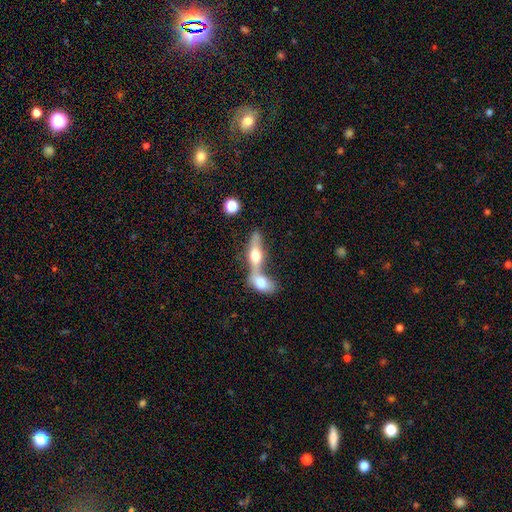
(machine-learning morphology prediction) smooth_or_featured: featured or disk (p=0.47) [alt: smooth p=0.46]
merging: merger (p=0.65) [alt: none p=0.25]